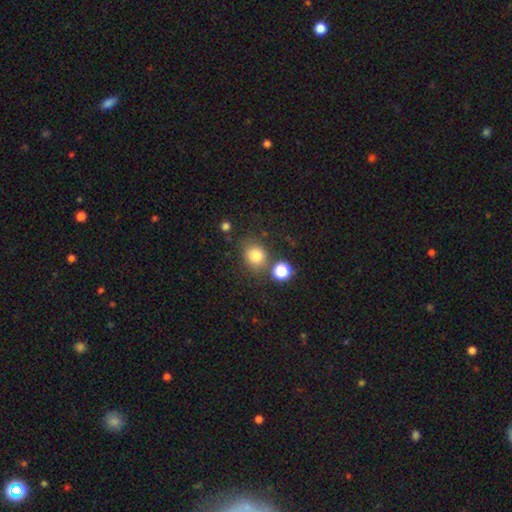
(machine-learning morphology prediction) Smooth or featured? smooth (80%)
How rounded? round (70%)
Merging? none (72%)